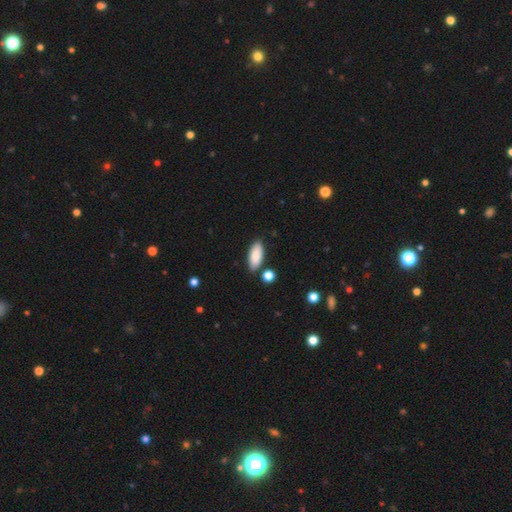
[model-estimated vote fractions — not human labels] Morphology: type=smooth (86%); roundness=in between (85%); merging=none (82%).